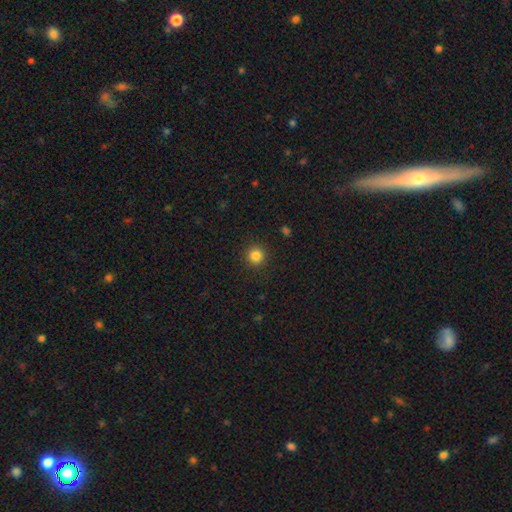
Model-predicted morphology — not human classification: Smooth or featured: smooth — 84% (star or artifact — 12%)
How rounded: round — 93% (in between — 6%)
Merging: none — 91% (minor disturbance — 5%)